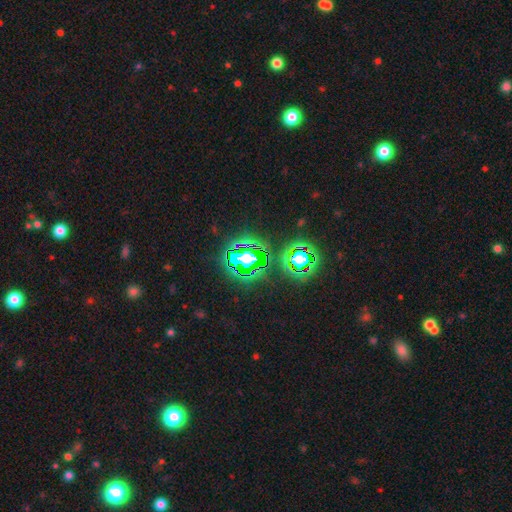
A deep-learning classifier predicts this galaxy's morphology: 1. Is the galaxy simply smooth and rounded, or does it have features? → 80% star or artifact, 13% smooth, 7% featured or disk.